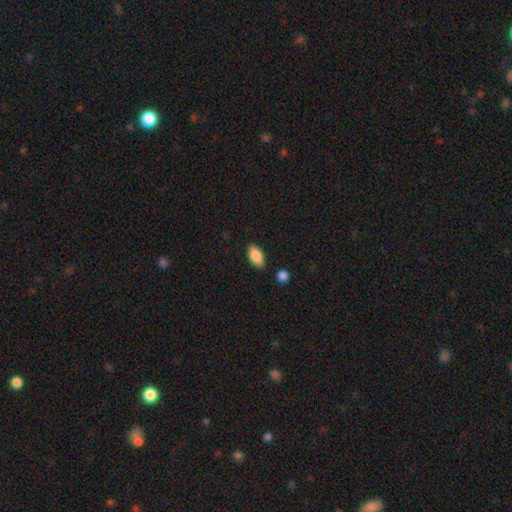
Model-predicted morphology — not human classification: A smooth galaxy with no disk features (86%) that is in between round and cigar-shaped (91%).

Vote fractions:
- Smooth or featured? smooth: 86% / featured or disk: 7% / star or artifact: 7%
- How rounded? in between: 91% / cigar-shaped: 6% / round: 3%
- Merging? none: 84% / minor disturbance: 11% / merger: 2% / major disturbance: 2%